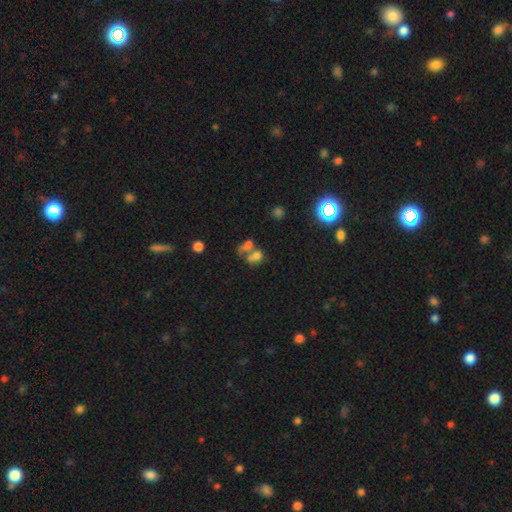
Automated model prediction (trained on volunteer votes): This appears to be a smooth galaxy with no disk features (59%) that is in between round and cigar-shaped (56%). Merging: merger (61%).